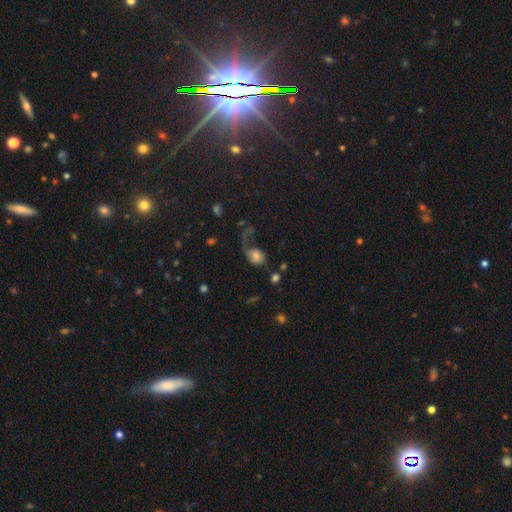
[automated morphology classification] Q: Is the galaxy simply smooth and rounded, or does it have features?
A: smooth — 58%.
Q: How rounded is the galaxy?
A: in between — 60%.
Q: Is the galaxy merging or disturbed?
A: major disturbance — 52%.